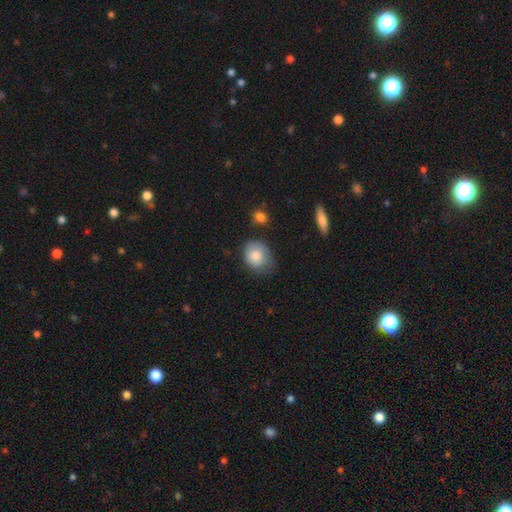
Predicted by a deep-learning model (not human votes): Q: Smooth or featured?
A: smooth (80%); runner-up: featured or disk (13%)
Q: How rounded?
A: in between (51%); runner-up: round (49%)
Q: Merging?
A: none (52%); runner-up: minor disturbance (35%)